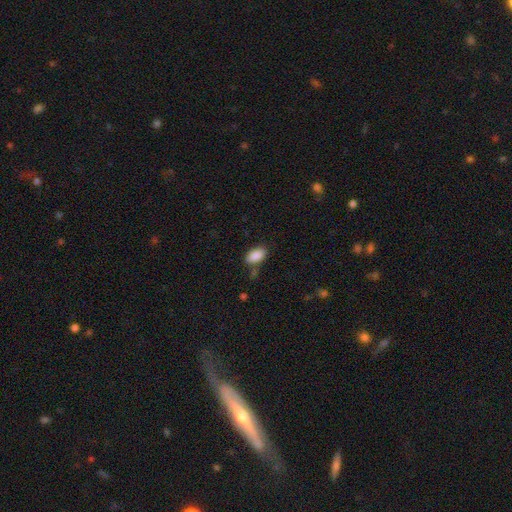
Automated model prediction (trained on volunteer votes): The model was most divided on "merging": none: 75%, minor disturbance: 14%, merger: 6%, major disturbance: 4%. More confident: how rounded — in between (93%); smooth or featured — smooth (89%).